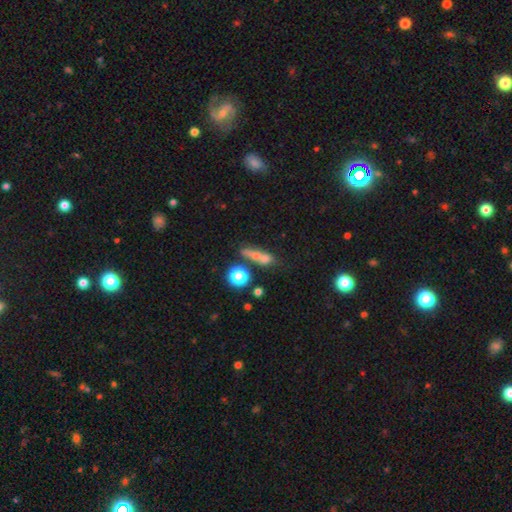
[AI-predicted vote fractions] smooth 58%, featured or disk 24%, star or artifact 18%. Down the decision tree: how rounded — cigar-shaped (58%); merging — none (54%).